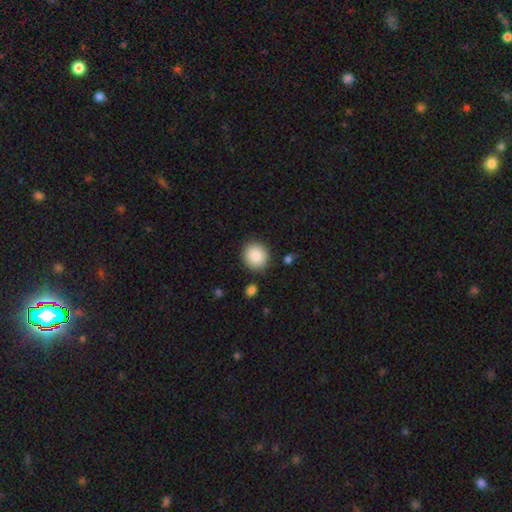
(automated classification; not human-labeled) A smooth galaxy with no disk features (88%) that is round (88%). Merging: none (88%).